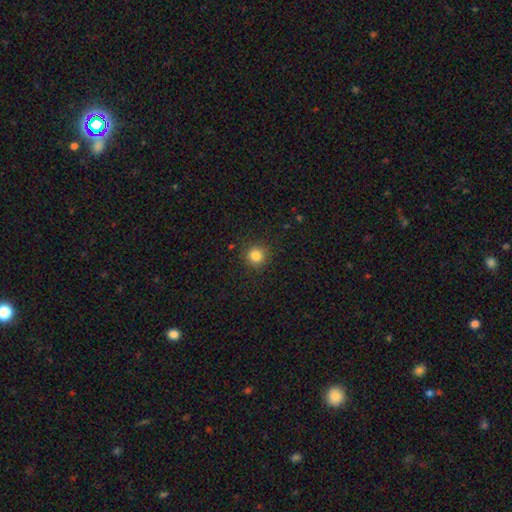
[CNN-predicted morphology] A smooth galaxy with no disk features (84%) that is round (93%).

Vote fractions:
- Smooth or featured? smooth: 84% / star or artifact: 12% / featured or disk: 4%
- How rounded? round: 93% / in between: 6% / cigar-shaped: 1%
- Merging? none: 90% / minor disturbance: 7% / major disturbance: 2% / merger: 1%